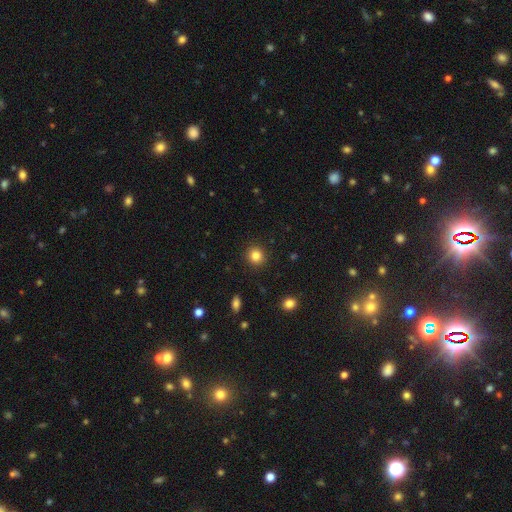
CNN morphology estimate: Q: Smooth or featured?
A: smooth (83%); runner-up: star or artifact (11%)
Q: How rounded?
A: round (89%); runner-up: in between (10%)
Q: Merging?
A: none (91%); runner-up: minor disturbance (5%)